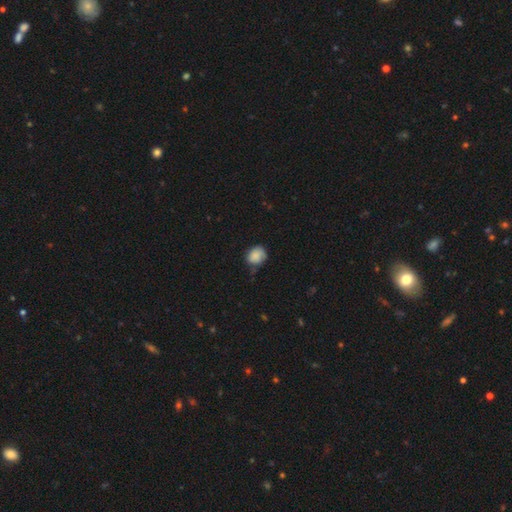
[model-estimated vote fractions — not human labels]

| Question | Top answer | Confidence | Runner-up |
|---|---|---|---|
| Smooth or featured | smooth | 82% | featured or disk (9%) |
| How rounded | round | 61% | in between (38%) |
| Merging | none | 57% | minor disturbance (33%) |